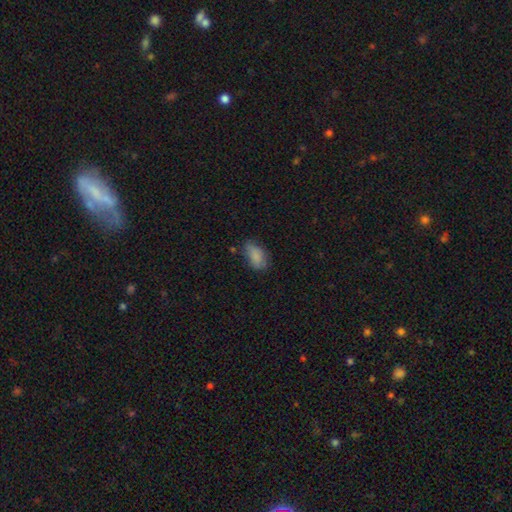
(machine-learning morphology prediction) Smooth or featured?
  - smooth: 84% *
  - star or artifact: 8%
  - featured or disk: 7%
How rounded?
  - in between: 92% *
  - round: 5%
  - cigar-shaped: 3%
Merging?
  - none: 63% *
  - minor disturbance: 27%
  - major disturbance: 7%
  - merger: 3%